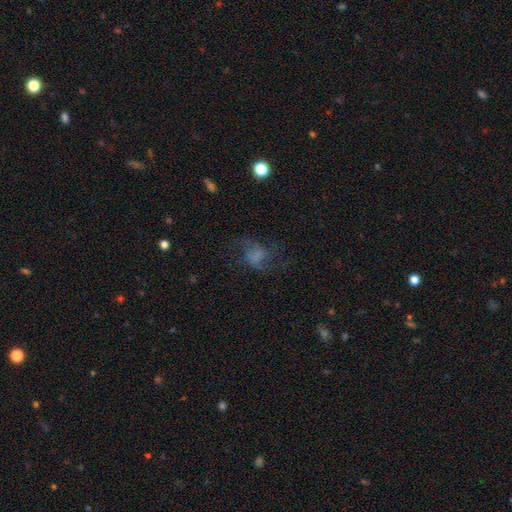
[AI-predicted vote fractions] smooth_or_featured: smooth (p=0.45) [alt: featured or disk p=0.38]
merging: none (p=0.48) [alt: major disturbance p=0.31]